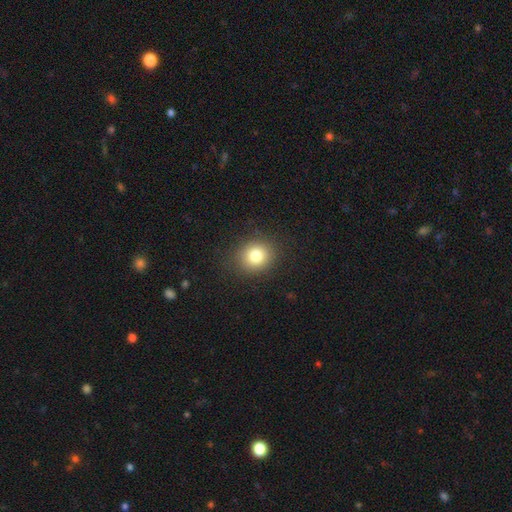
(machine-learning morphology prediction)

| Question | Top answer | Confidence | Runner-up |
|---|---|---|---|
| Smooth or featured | smooth | 80% | star or artifact (12%) |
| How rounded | round | 77% | in between (22%) |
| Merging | none | 88% | minor disturbance (8%) |